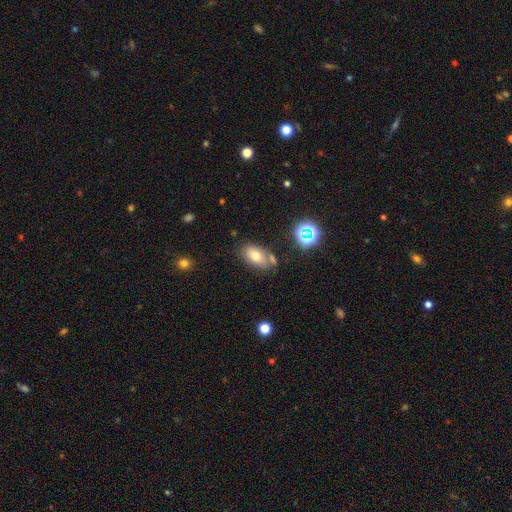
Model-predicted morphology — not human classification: smooth-or-featured: smooth: 71% | featured or disk: 16% | star or artifact: 13%
  how-rounded: in between: 88% | round: 10% | cigar-shaped: 2%
  merging: none: 67% | minor disturbance: 16% | merger: 12% | major disturbance: 5%